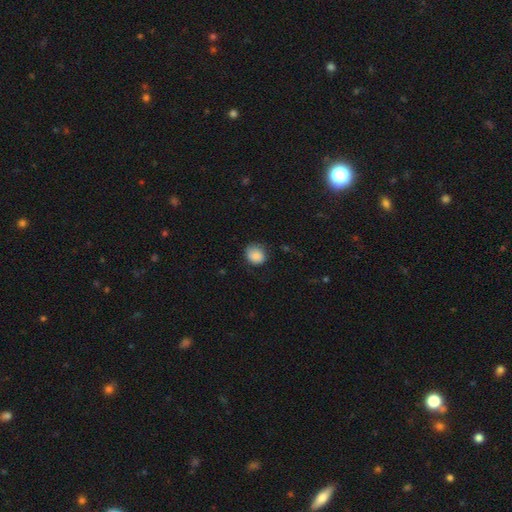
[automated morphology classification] This is clearly a smooth galaxy (85%). How rounded: likely round (68%). Merging: likely none (70%).